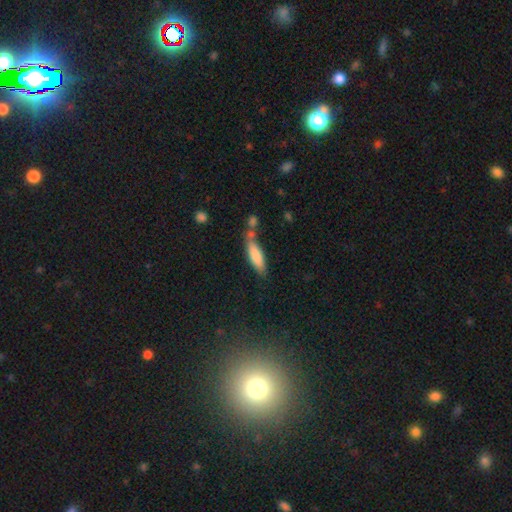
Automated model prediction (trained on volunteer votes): smooth_or_featured: smooth (p=0.79) [alt: featured or disk p=0.15]
how_rounded: cigar-shaped (p=0.59) [alt: in between p=0.39]
merging: none (p=0.52) [alt: merger p=0.21]